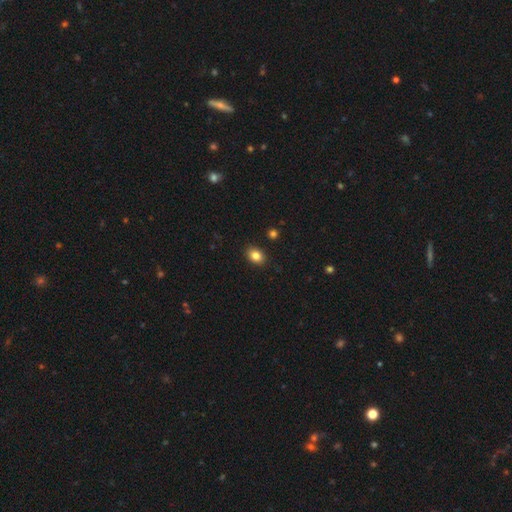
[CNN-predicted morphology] This appears to be a smooth galaxy with no disk features (84%) that is in between round and cigar-shaped (69%). Merging: none (88%).